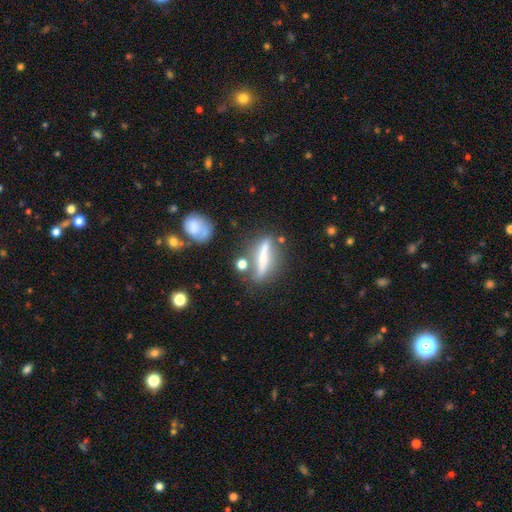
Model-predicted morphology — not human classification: smooth_or_featured: smooth (p=0.35) [alt: featured or disk p=0.33]
merging: none (p=0.57) [alt: merger p=0.17]